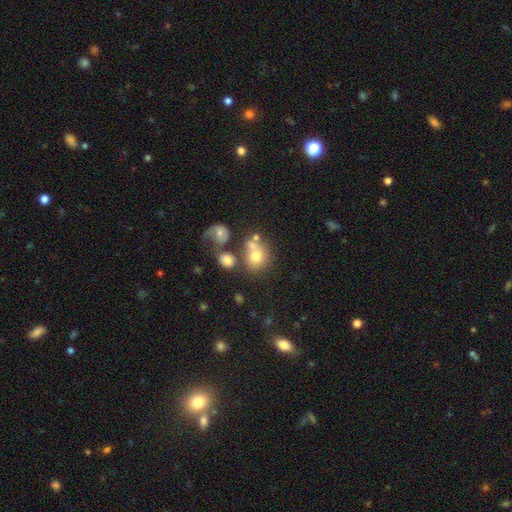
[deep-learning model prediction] A smooth galaxy with no disk features (67%) that is round (72%). Merging: none (40%).